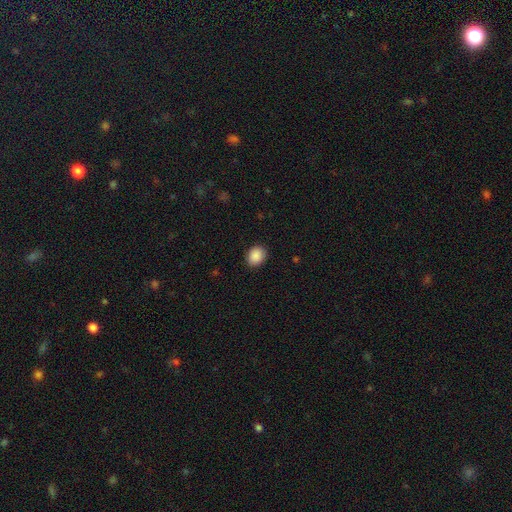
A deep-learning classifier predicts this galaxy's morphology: smooth 89%, star or artifact 8%, featured or disk 3%. Down the decision tree: how rounded — round (53%); merging — none (87%).